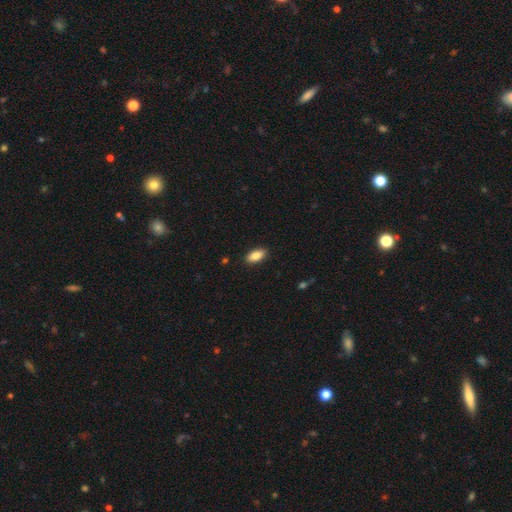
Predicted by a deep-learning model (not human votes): smooth-or-featured: smooth: 87% | star or artifact: 7% | featured or disk: 7%
  how-rounded: in between: 89% | cigar-shaped: 8% | round: 3%
  merging: none: 89% | minor disturbance: 8% | major disturbance: 2% | merger: 1%